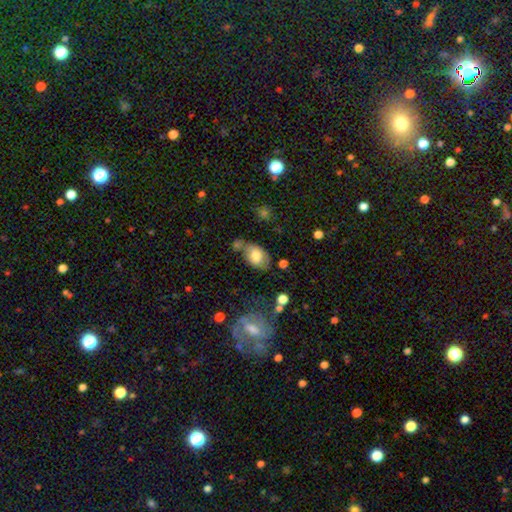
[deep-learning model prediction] A smooth galaxy with no disk features (73%) that is in between round and cigar-shaped (85%).

Vote fractions:
- Smooth or featured? smooth: 73% / featured or disk: 20% / star or artifact: 8%
- How rounded? in between: 85% / round: 13% / cigar-shaped: 1%
- Merging? none: 46% / minor disturbance: 26% / merger: 16% / major disturbance: 12%